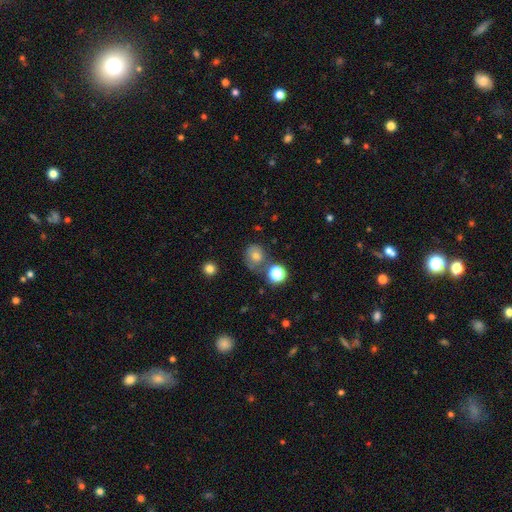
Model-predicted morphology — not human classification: A smooth galaxy with no disk features (66%) that is round (75%). Merging: none (59%).